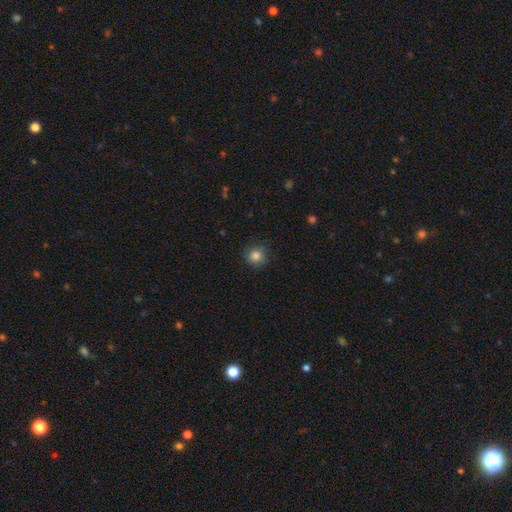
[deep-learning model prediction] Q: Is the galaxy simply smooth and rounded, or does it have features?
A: smooth — 85%.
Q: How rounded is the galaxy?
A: round — 92%.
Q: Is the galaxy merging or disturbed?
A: none — 85%.